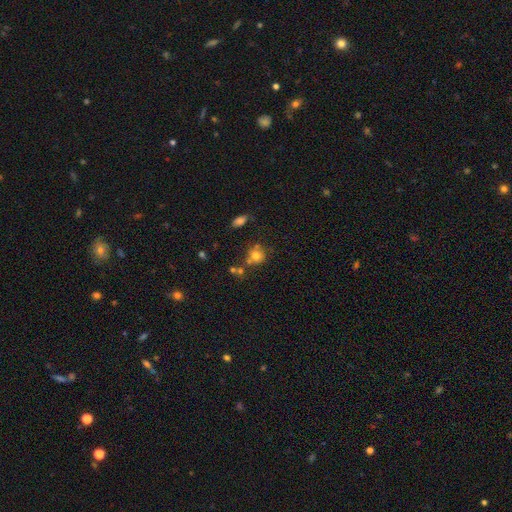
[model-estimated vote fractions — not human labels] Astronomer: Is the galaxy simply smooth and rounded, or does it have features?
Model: smooth — 73%.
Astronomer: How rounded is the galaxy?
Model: round — 82%.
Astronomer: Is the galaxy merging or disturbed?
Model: none — 59%.